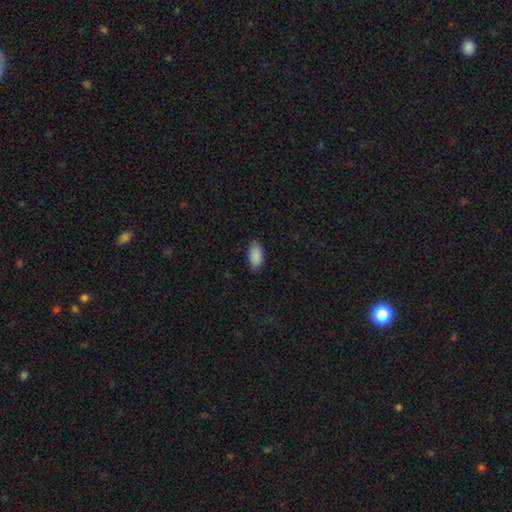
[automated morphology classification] This appears to be a smooth galaxy with no disk features (90%) that is in between round and cigar-shaped (94%). Merging: none (85%).